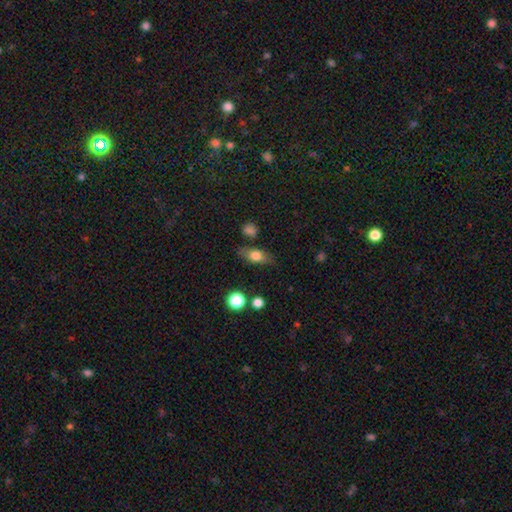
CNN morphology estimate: Overall: smooth (72%). How rounded: in between (74%). Merging: none (73%).